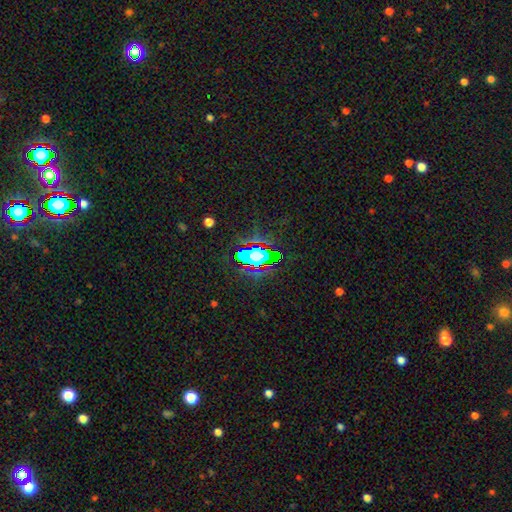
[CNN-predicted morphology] Smooth or featured: star or artifact — 52% (smooth — 32%)